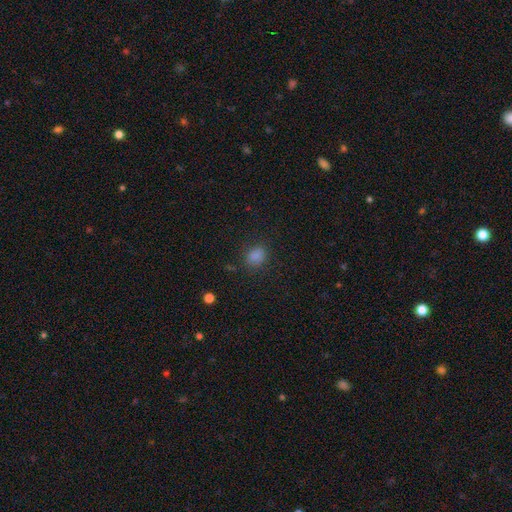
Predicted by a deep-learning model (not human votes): Smooth or featured? Predicted: smooth (p=0.80). How rounded? Predicted: round (p=0.49, tied with in between). Merging? Predicted: none (p=0.84).